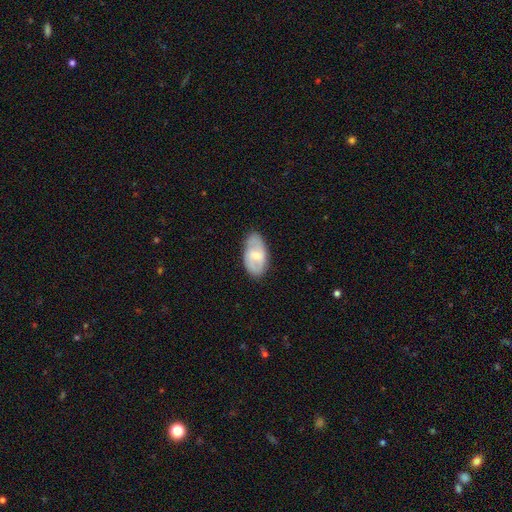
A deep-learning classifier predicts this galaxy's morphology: smooth-or-featured: featured or disk: 48% | smooth: 46% | star or artifact: 6%
  merging: none: 77% | minor disturbance: 18% | major disturbance: 4% | merger: 1%